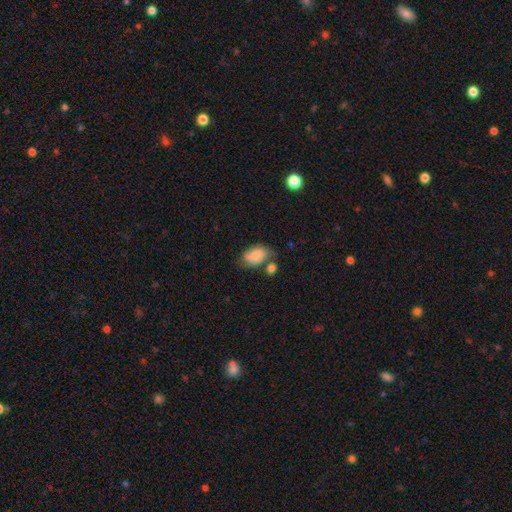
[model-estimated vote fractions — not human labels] Smooth or featured? Predicted: smooth (p=0.75). How rounded? Predicted: in between (p=0.87). Merging? Predicted: none (p=0.46).